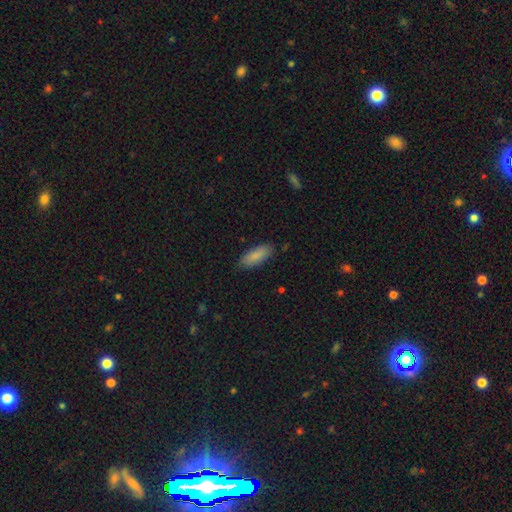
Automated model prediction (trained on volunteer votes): Smooth or featured?
  - smooth: 87% *
  - featured or disk: 7%
  - star or artifact: 6%
How rounded?
  - in between: 72% *
  - cigar-shaped: 26%
  - round: 2%
Merging?
  - none: 86% *
  - minor disturbance: 11%
  - major disturbance: 2%
  - merger: 1%